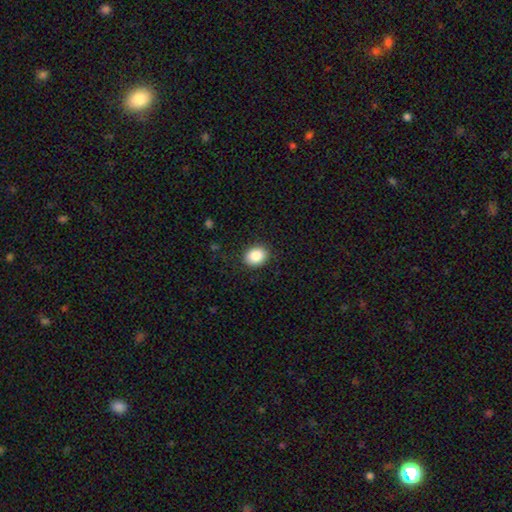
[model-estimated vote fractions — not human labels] Smooth or featured?
  - smooth: 87% *
  - star or artifact: 8%
  - featured or disk: 5%
How rounded?
  - in between: 59% *
  - round: 41%
  - cigar-shaped: 1%
Merging?
  - none: 88% *
  - minor disturbance: 9%
  - major disturbance: 2%
  - merger: 1%